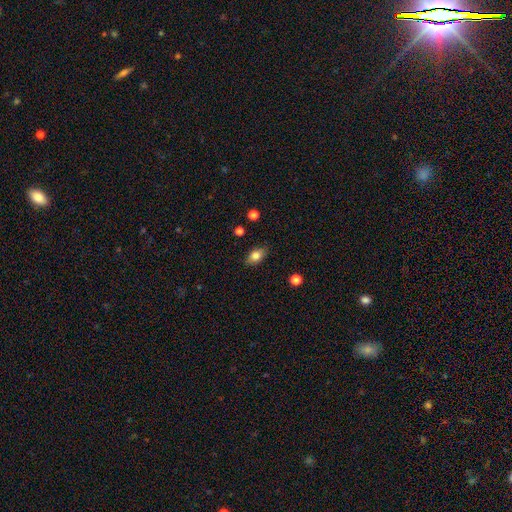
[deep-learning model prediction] A smooth galaxy with no disk features (80%) that is in between round and cigar-shaped (86%).

Vote fractions:
- Smooth or featured? smooth: 80% / featured or disk: 11% / star or artifact: 9%
- How rounded? in between: 86% / round: 11% / cigar-shaped: 3%
- Merging? none: 85% / minor disturbance: 11% / major disturbance: 2% / merger: 1%